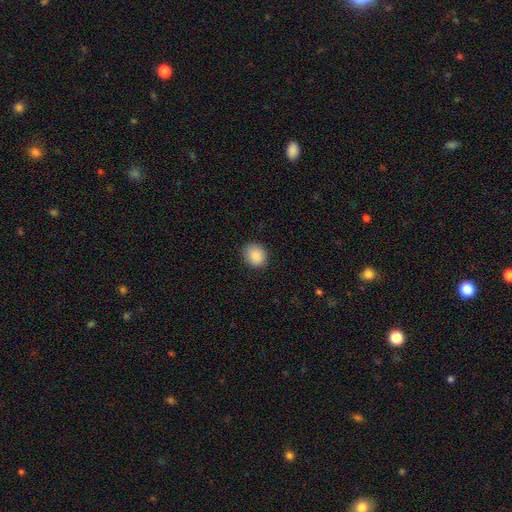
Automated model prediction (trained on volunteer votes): smooth_or_featured: smooth (p=0.88) [alt: star or artifact p=0.08]
how_rounded: round (p=0.67) [alt: in between p=0.32]
merging: none (p=0.88) [alt: minor disturbance p=0.09]